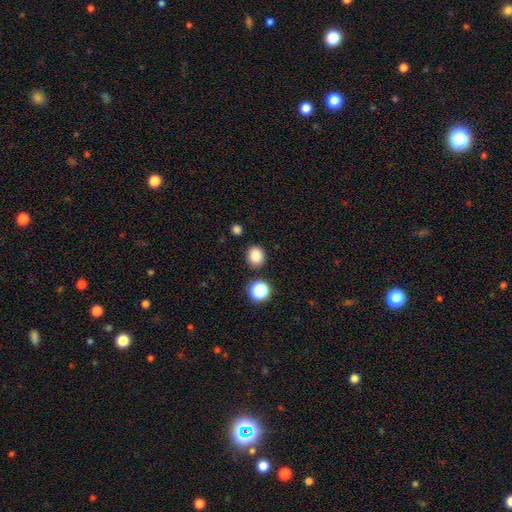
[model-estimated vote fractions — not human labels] A smooth galaxy with no disk features (84%) that is round (68%). Merging: none (85%).